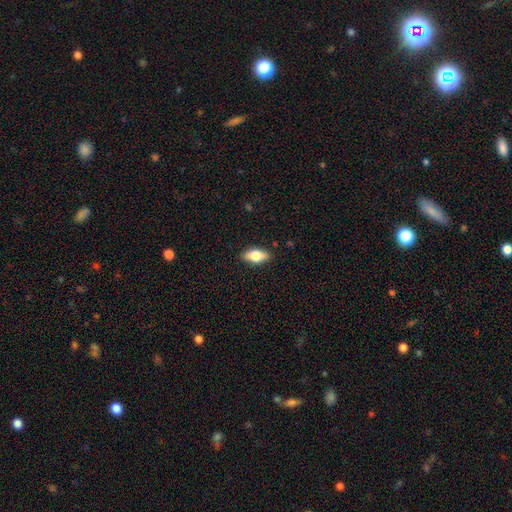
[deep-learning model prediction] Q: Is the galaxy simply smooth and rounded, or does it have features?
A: smooth — 72%.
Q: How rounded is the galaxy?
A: in between — 87%.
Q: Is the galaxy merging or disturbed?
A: none — 88%.